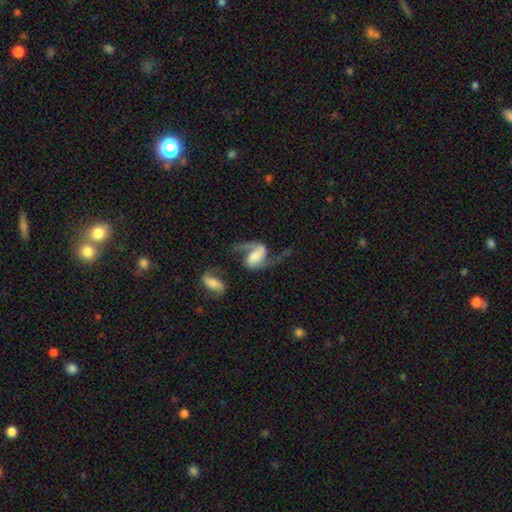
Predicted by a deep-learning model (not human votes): A featured or disk galaxy (84%) with a weak bar (40%), 2 (88%) loose (62%) spiral arms (95%) and a large central bulge (28%).

Vote fractions:
- Smooth or featured? featured or disk: 84% / smooth: 10% / star or artifact: 6%
- Edge-on disk? no: 97% / yes: 3%
- Bar? weak: 40% / strong: 32% / no: 28%
- Spiral arms? yes: 95% / no: 5%
- Spiral winding? loose: 62% / medium: 32% / tight: 7%
- Spiral arm count? 2: 88% / 1: 7% / can't tell: 2% / 3: 1% / 4: 1% / more than 4: 1%
- Bulge size? large: 28% / moderate: 25% / none: 22% / small: 18% / dominant: 7%
- Merging? none: 45% / major disturbance: 23% / minor disturbance: 17% / merger: 15%